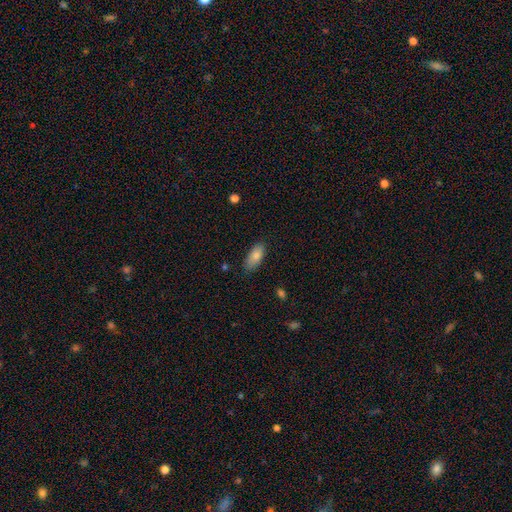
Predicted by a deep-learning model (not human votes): Overall: smooth (81%). How rounded: in between (86%). Merging: none (82%).